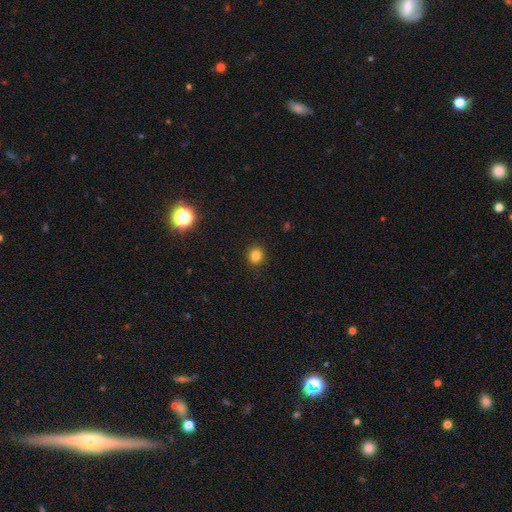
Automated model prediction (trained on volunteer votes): This appears to be a smooth galaxy with no disk features (83%) that is round (85%). Merging: none (91%).